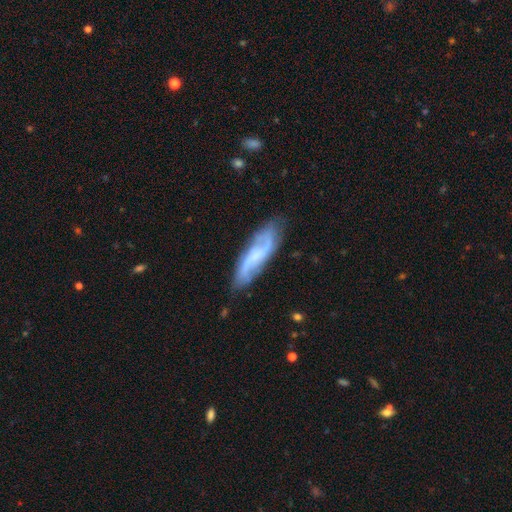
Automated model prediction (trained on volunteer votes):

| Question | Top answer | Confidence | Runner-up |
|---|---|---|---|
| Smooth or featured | featured or disk | 65% | smooth (28%) |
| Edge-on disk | no | 79% | yes (21%) |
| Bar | no | 42% | weak (41%) |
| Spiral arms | yes | 89% | no (11%) |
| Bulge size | none | 45% | small (36%) |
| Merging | none | 70% | minor disturbance (20%) |